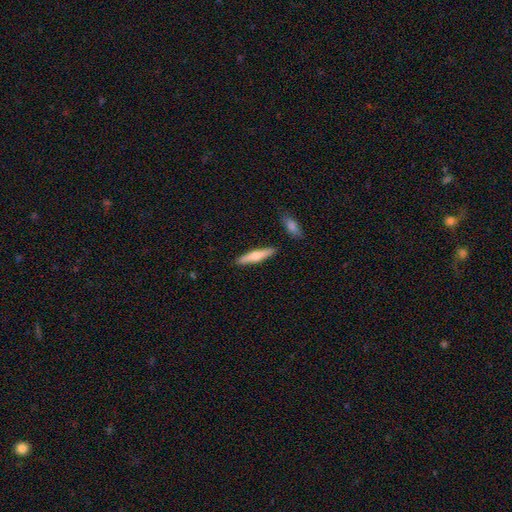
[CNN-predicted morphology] The model was most divided on "smooth or featured": smooth: 58%, featured or disk: 36%, star or artifact: 5%. More confident: merging — none (86%); how rounded — cigar-shaped (86%).